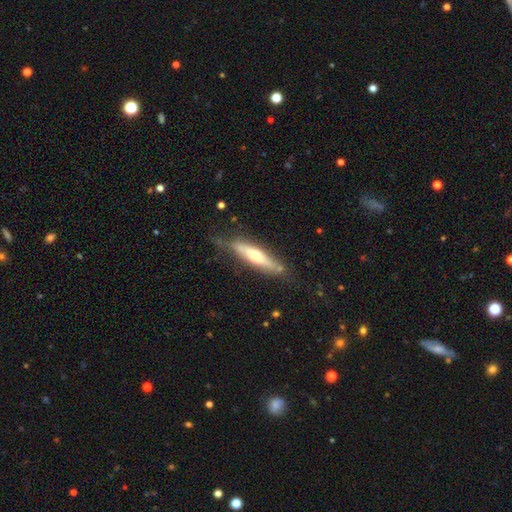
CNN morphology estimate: featured or disk 53%, smooth 42%, star or artifact 6%. Down the decision tree: edge-on disk — yes (79%); merging — none (70%).